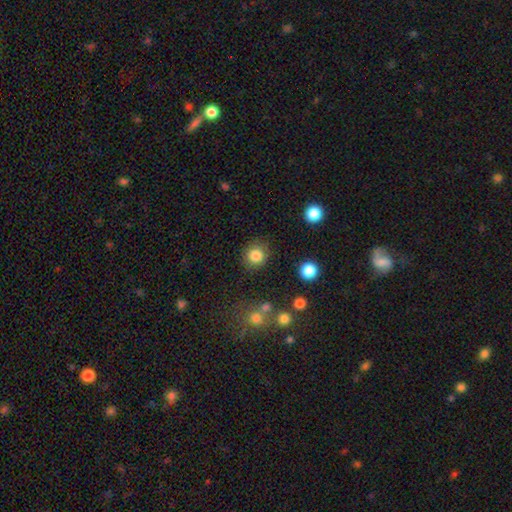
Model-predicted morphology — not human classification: This is clearly a smooth galaxy (83%). How rounded: clearly round (91%). Merging: clearly none (85%).